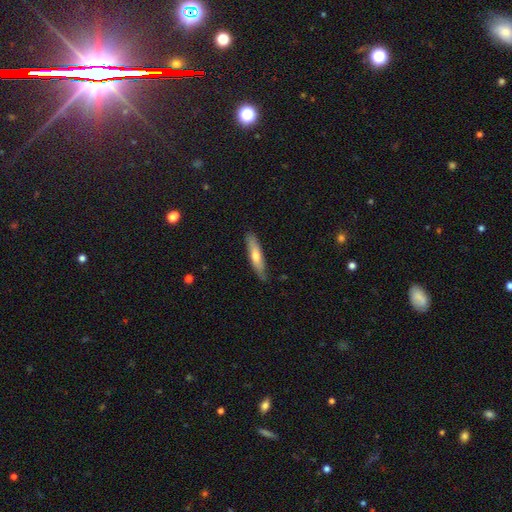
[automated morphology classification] Smooth or featured? smooth (59%)
How rounded? cigar-shaped (80%)
Merging? none (80%)